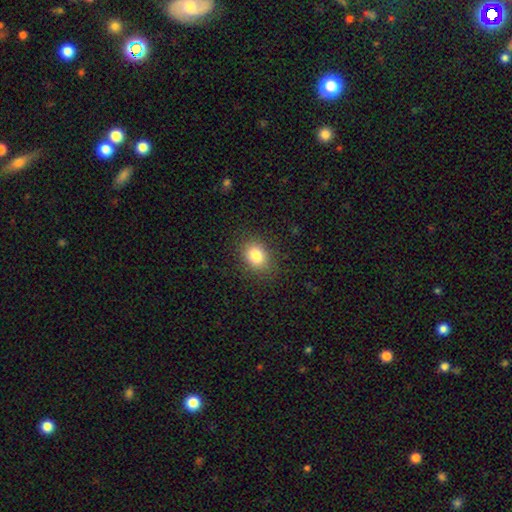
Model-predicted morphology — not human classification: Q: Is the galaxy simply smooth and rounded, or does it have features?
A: smooth — 82%.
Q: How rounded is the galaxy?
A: in between — 55%.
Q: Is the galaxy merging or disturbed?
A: none — 86%.